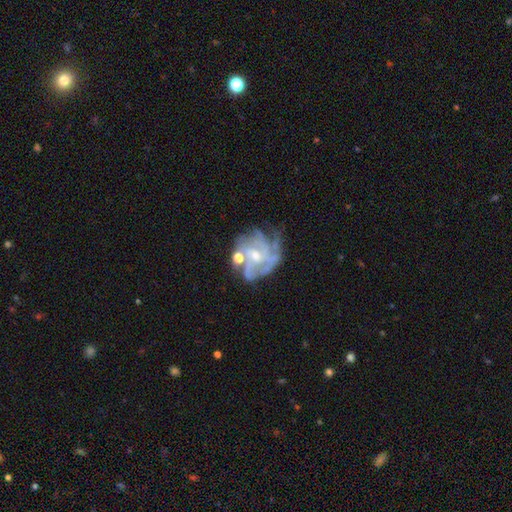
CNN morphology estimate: Smooth or featured?
  - featured or disk: 81% *
  - smooth: 11%
  - star or artifact: 8%
Edge-on disk?
  - no: 98% *
  - yes: 2%
Bar?
  - no: 61% *
  - weak: 32%
  - strong: 7%
Spiral arms?
  - yes: 87% *
  - no: 13%
Spiral winding?
  - tight: 48% *
  - medium: 37%
  - loose: 15%
Spiral arm count?
  - can't tell: 36% *
  - 3: 23%
  - 4: 18%
  - 2: 11%
  - more than 4: 6%
  - 1: 5%
Bulge size?
  - small: 53% *
  - moderate: 39%
  - none: 5%
  - large: 2%
  - dominant: 1%
Merging?
  - none: 42% *
  - major disturbance: 23%
  - minor disturbance: 22%
  - merger: 13%